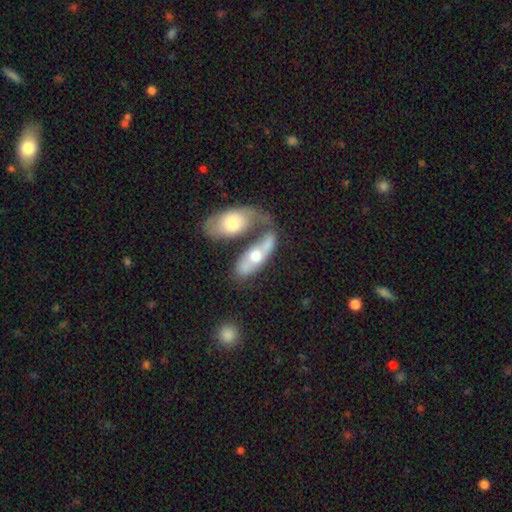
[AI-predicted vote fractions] The model was most divided on "smooth or featured": smooth: 49%, featured or disk: 45%, star or artifact: 6%. More confident: merging — merger (57%).